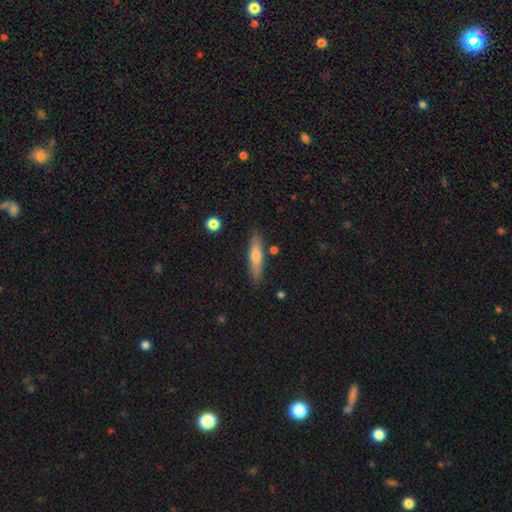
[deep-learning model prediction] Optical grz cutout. It shows a smooth galaxy with no disk features (62%) that is cigar-shaped (81%). Merging: none (84%).